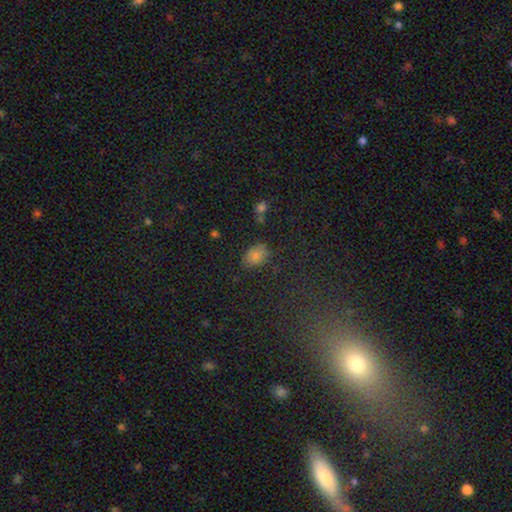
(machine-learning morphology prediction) Smooth or featured? smooth (68%)
How rounded? in between (79%)
Merging? none (70%)